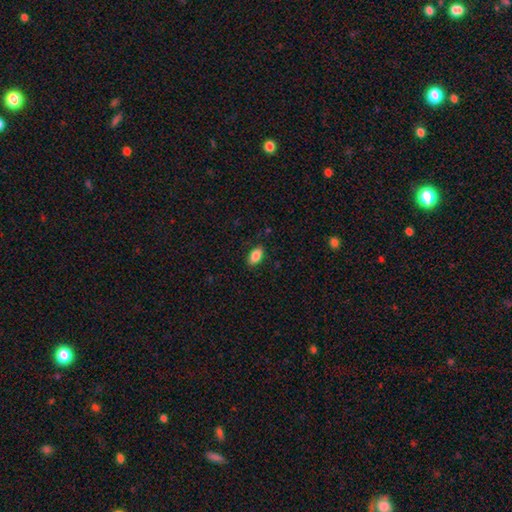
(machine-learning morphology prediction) Smooth or featured? smooth (86%)
How rounded? in between (92%)
Merging? none (86%)